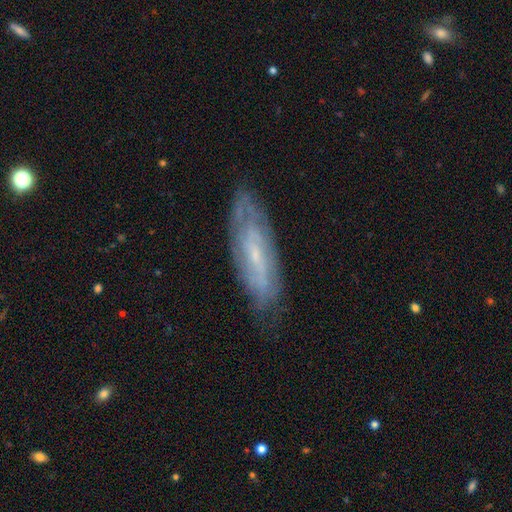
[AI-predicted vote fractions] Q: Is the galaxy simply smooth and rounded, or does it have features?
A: featured or disk — 68%.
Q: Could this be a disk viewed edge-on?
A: no — 76%.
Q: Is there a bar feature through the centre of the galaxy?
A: no — 46%.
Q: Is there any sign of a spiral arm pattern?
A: yes — 78%.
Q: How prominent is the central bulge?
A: small — 73%.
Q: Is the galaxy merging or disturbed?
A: none — 76%.